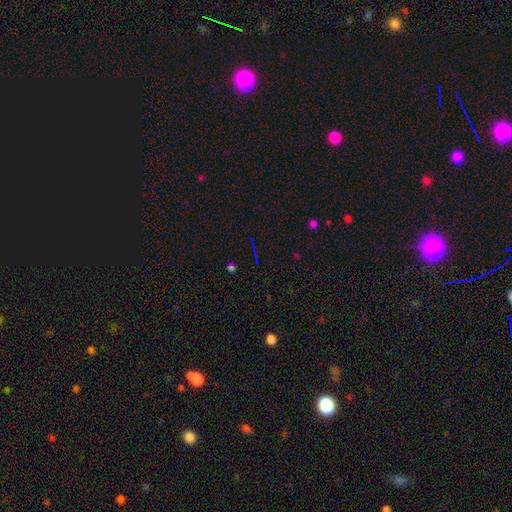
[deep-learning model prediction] This is likely a star or artifact rather than a galaxy (70%).